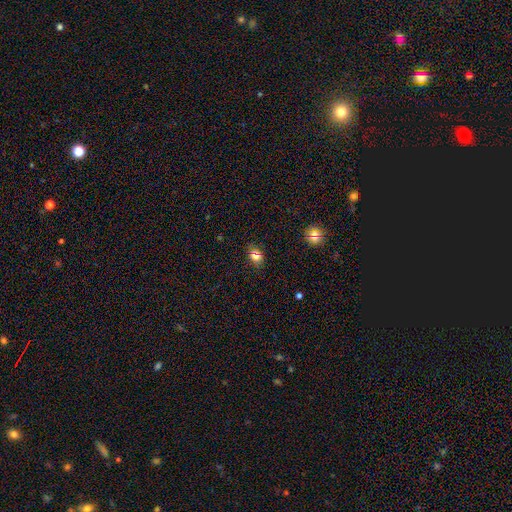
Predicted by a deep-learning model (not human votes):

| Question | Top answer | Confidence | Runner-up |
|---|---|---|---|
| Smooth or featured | smooth | 75% | star or artifact (17%) |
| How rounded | in between | 57% | round (42%) |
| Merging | none | 80% | minor disturbance (13%) |